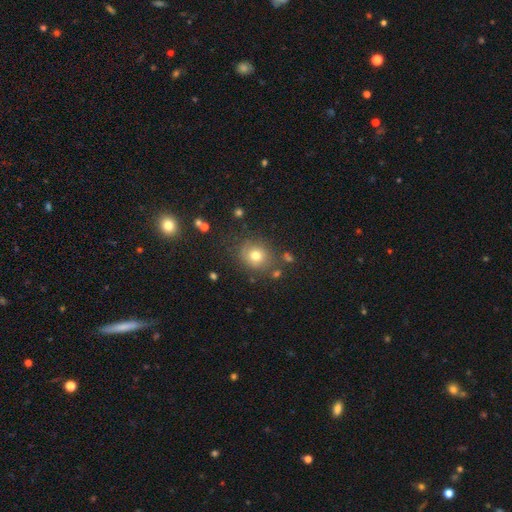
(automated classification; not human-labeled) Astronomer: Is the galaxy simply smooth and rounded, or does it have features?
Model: smooth — 75%.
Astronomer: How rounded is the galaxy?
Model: round — 79%.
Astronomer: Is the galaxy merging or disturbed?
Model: none — 78%.